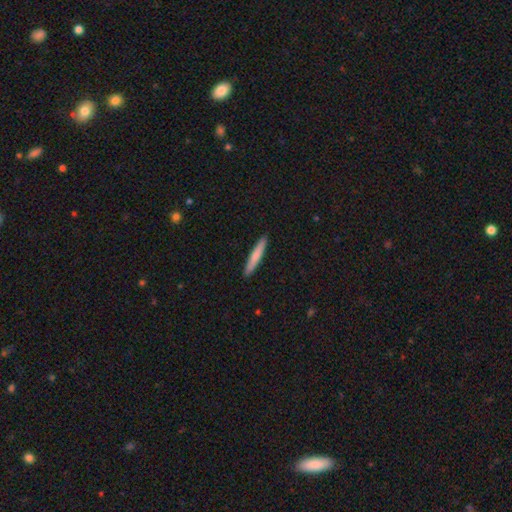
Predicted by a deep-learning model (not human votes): Q: Smooth or featured?
A: smooth (74%); runner-up: featured or disk (21%)
Q: How rounded?
A: cigar-shaped (95%); runner-up: in between (4%)
Q: Merging?
A: none (92%); runner-up: minor disturbance (6%)